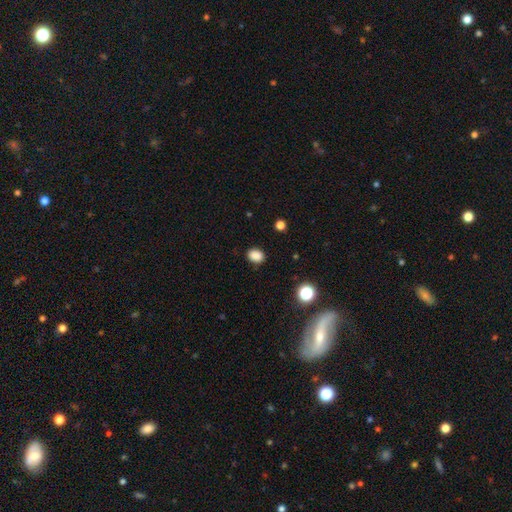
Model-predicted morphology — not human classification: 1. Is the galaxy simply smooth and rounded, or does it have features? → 86% smooth, 11% star or artifact, 3% featured or disk.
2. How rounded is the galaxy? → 61% in between, 38% round, 1% cigar-shaped.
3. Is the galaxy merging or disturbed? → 87% none, 9% minor disturbance, 2% major disturbance, 1% merger.